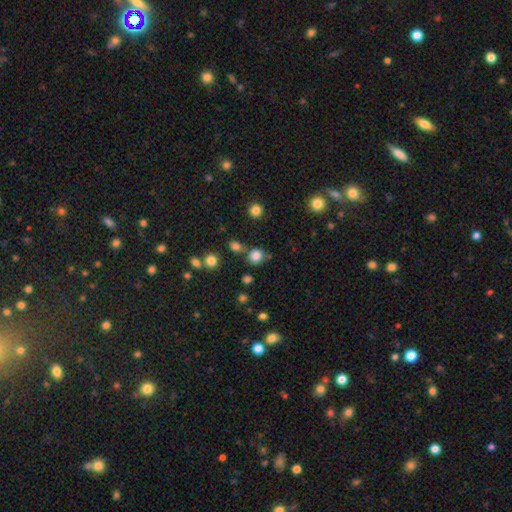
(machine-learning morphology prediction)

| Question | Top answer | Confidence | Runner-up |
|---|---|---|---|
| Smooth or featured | smooth | 81% | star or artifact (14%) |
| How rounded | round | 87% | in between (12%) |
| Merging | none | 75% | merger (11%) |